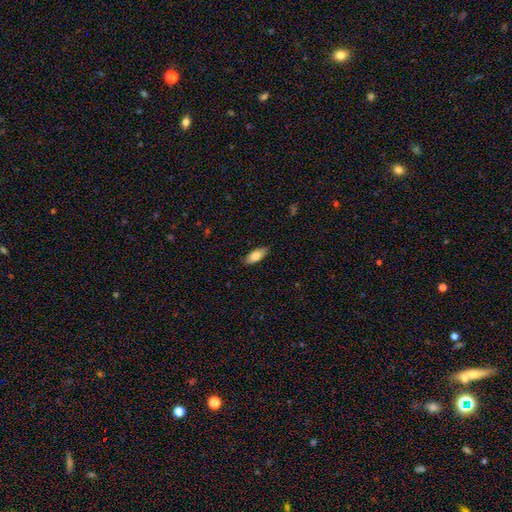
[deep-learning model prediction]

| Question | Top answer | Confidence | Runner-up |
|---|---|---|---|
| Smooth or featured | smooth | 82% | featured or disk (12%) |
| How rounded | in between | 81% | cigar-shaped (17%) |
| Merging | none | 84% | minor disturbance (13%) |